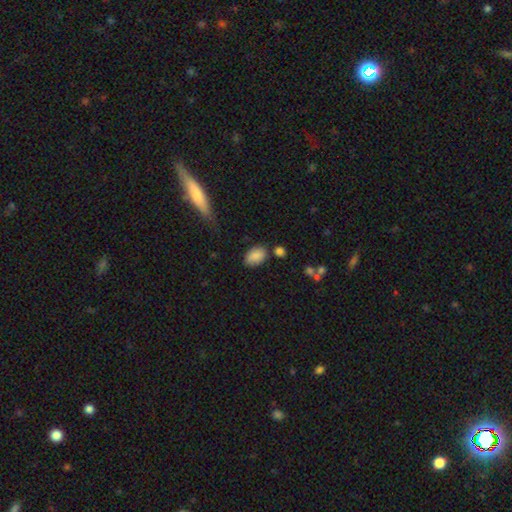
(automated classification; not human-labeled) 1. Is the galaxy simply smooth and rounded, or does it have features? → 85% smooth, 8% star or artifact, 7% featured or disk.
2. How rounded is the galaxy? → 88% in between, 11% round, 1% cigar-shaped.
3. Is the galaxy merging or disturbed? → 72% none, 18% minor disturbance, 6% merger, 4% major disturbance.